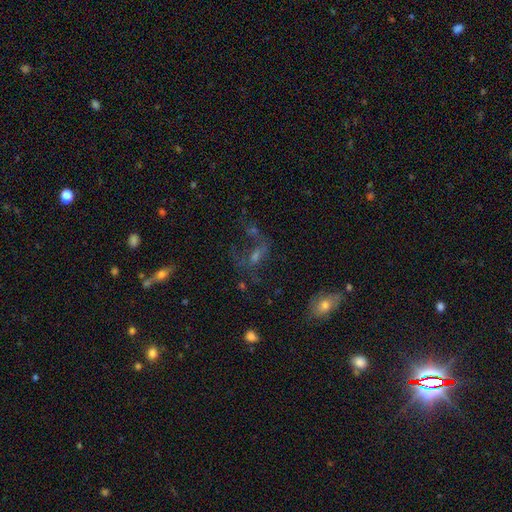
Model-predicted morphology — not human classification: A featured or disk galaxy (42%). Merging: none (38%).